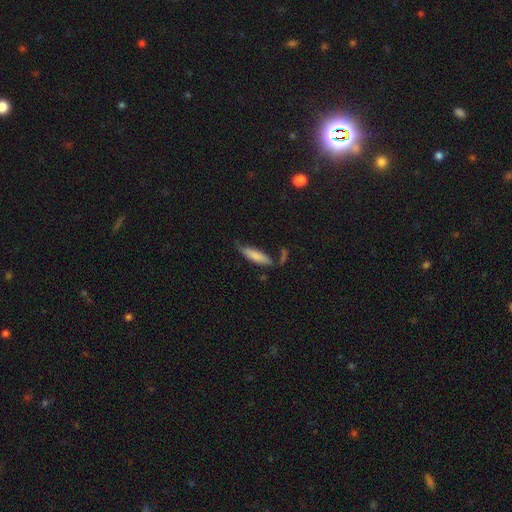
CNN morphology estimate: Overall: smooth (78%). How rounded: cigar-shaped (69%; in between 30%). Merging: none (65%).